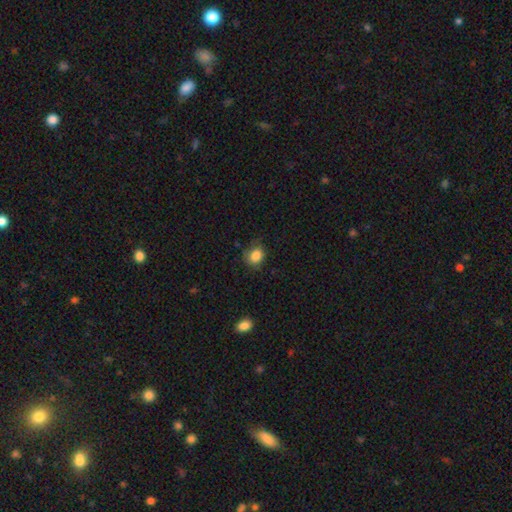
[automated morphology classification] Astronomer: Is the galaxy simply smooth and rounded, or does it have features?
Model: smooth — 84%.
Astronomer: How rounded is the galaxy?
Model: round — 57% (runner-up: in between, 42%).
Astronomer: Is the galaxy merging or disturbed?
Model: none — 64%.